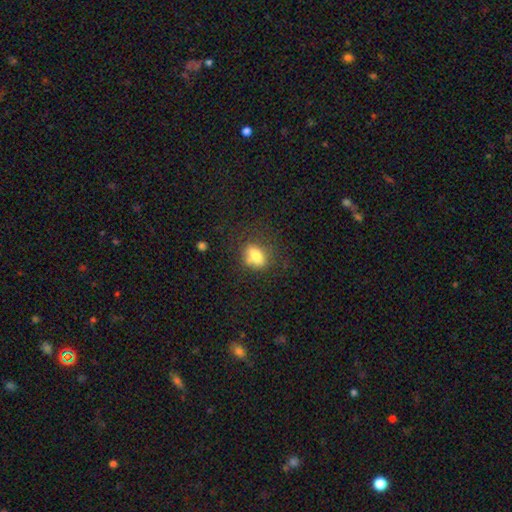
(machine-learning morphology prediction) Q: Smooth or featured?
A: smooth (75%); runner-up: featured or disk (14%)
Q: How rounded?
A: in between (70%); runner-up: round (26%)
Q: Merging?
A: none (62%); runner-up: minor disturbance (20%)